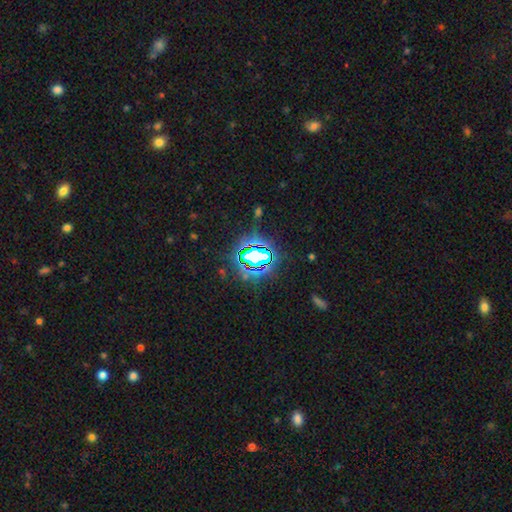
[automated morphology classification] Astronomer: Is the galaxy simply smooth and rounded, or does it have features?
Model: star or artifact — 74%.